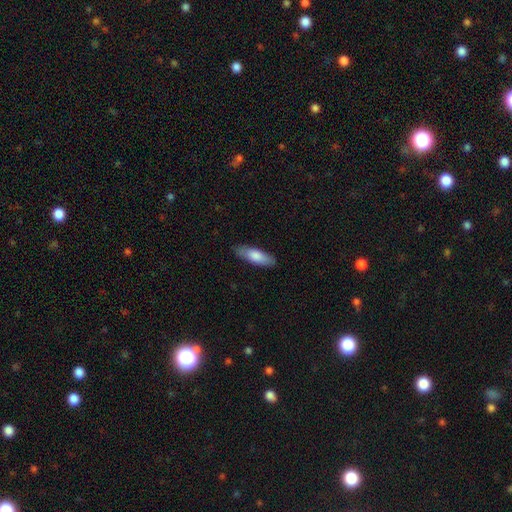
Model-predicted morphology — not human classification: Smooth or featured? smooth (78%)
How rounded? in between (53%)
Merging? none (84%)